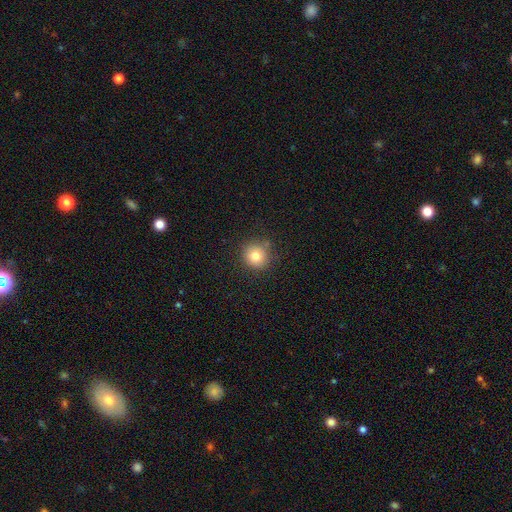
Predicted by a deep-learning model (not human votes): Overall: smooth (80%). How rounded: round (91%). Merging: none (83%).